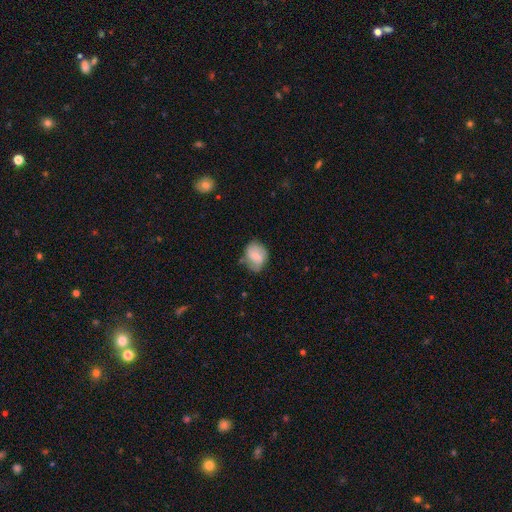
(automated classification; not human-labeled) This appears to be a smooth galaxy with no disk features (63%) that is in between round and cigar-shaped (51%). Merging: none (60%).